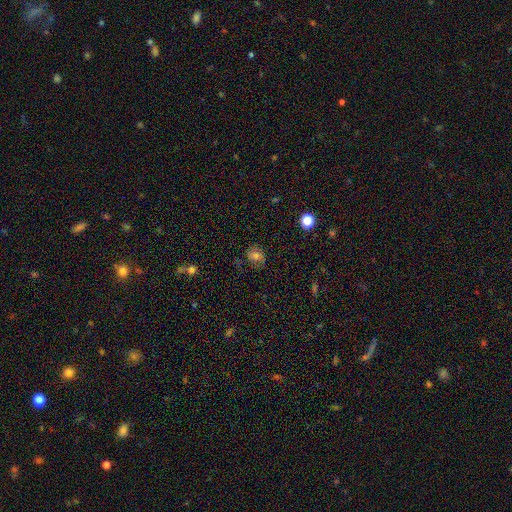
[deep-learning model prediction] Smooth or featured?
  - smooth: 67% *
  - featured or disk: 19%
  - star or artifact: 14%
How rounded?
  - round: 59% *
  - in between: 40%
  - cigar-shaped: 1%
Merging?
  - none: 70% *
  - minor disturbance: 21%
  - major disturbance: 7%
  - merger: 2%